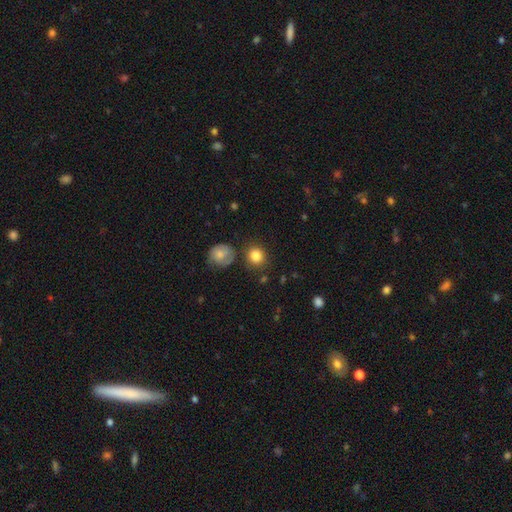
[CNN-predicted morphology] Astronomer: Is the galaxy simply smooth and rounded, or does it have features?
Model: smooth — 85%.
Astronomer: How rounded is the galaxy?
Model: round — 86%.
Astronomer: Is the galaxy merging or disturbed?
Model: none — 78%.